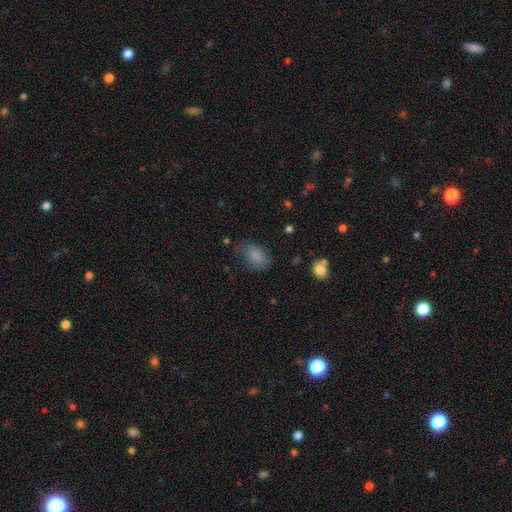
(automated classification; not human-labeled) Q: Smooth or featured?
A: smooth (85%); runner-up: star or artifact (9%)
Q: How rounded?
A: in between (85%); runner-up: round (14%)
Q: Merging?
A: none (69%); runner-up: minor disturbance (22%)